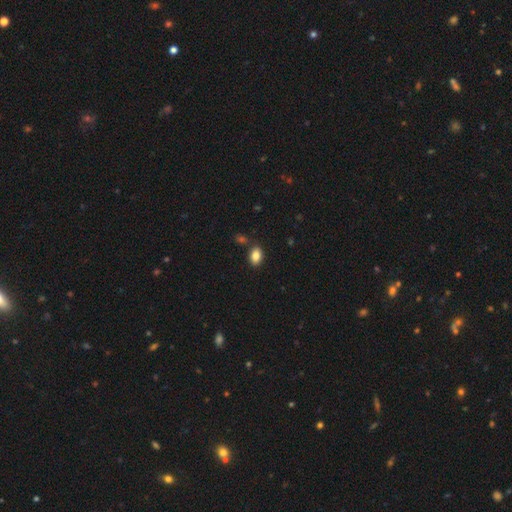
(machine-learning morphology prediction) A smooth galaxy with no disk features (85%) that is in between round and cigar-shaped (84%).

Vote fractions:
- Smooth or featured? smooth: 85% / star or artifact: 9% / featured or disk: 6%
- How rounded? in between: 84% / round: 15% / cigar-shaped: 1%
- Merging? none: 79% / minor disturbance: 11% / merger: 8% / major disturbance: 3%